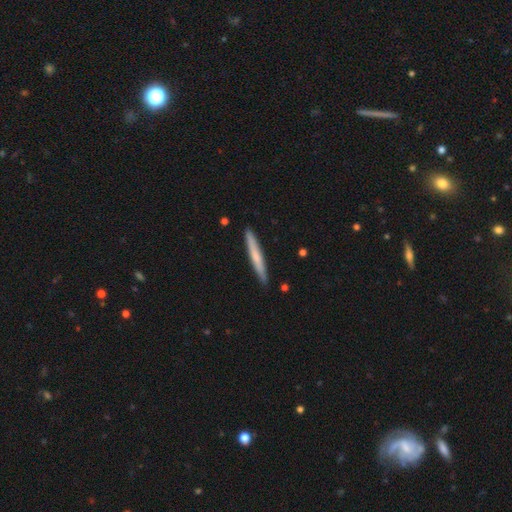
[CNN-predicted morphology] This appears to be a smooth galaxy with no disk features (61%) that is cigar-shaped (96%). Merging: none (90%).